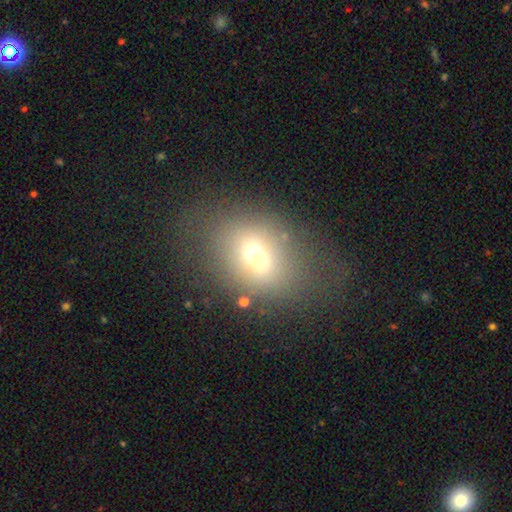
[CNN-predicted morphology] smooth_or_featured: smooth (p=0.64) [alt: featured or disk p=0.19]
how_rounded: in between (p=0.55) [alt: round p=0.43]
merging: none (p=0.70) [alt: minor disturbance p=0.14]